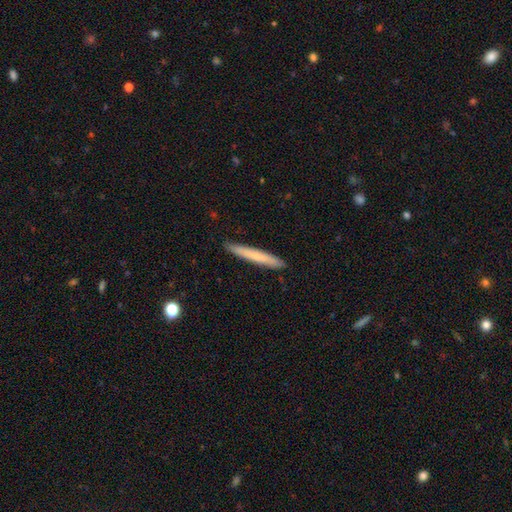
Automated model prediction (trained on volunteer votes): The model was most divided on "smooth or featured": smooth: 70%, featured or disk: 24%, star or artifact: 6%. More confident: how rounded — cigar-shaped (96%); merging — none (91%).